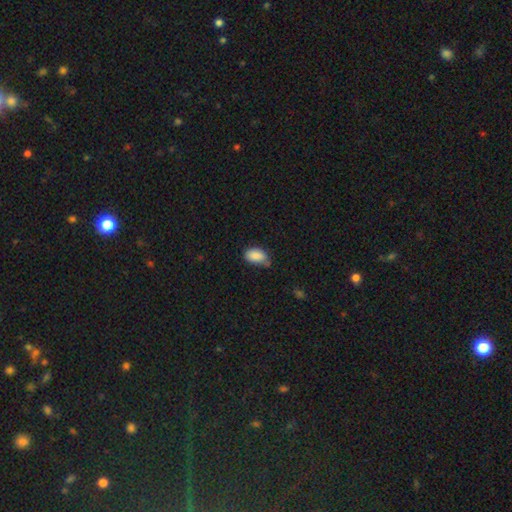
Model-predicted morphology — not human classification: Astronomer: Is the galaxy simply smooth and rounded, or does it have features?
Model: smooth — 86%.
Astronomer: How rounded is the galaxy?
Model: in between — 92%.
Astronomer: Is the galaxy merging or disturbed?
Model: none — 53% (runner-up: minor disturbance, 35%).